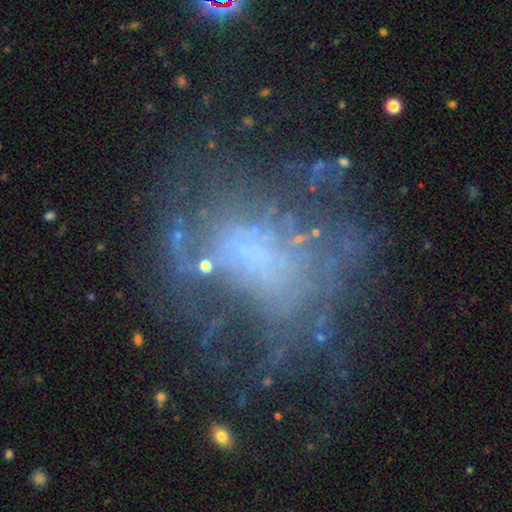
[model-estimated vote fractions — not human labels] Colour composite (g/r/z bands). It shows a featured or disk galaxy (66%) with no bar (73%), no spiral arms (52%) and no central bulge (52%). Merging: none (45%).